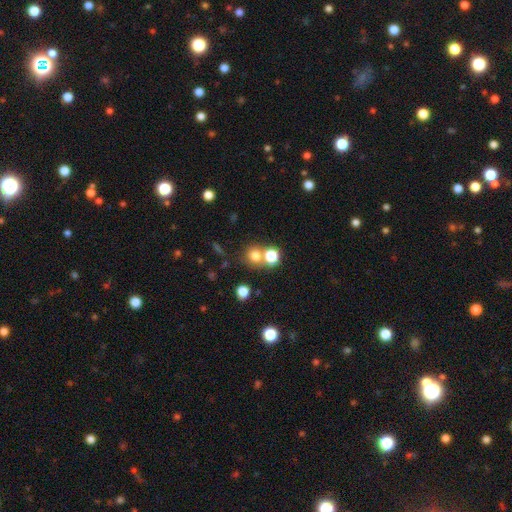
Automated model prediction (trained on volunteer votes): Smooth or featured: smooth — 74% (star or artifact — 17%)
How rounded: round — 85% (in between — 14%)
Merging: none — 58% (merger — 30%)